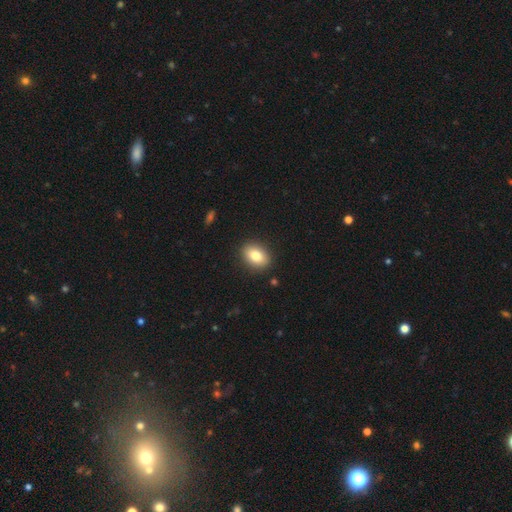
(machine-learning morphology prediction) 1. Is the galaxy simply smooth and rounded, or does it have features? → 83% smooth, 9% featured or disk, 8% star or artifact.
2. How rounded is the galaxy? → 77% in between, 21% round, 1% cigar-shaped.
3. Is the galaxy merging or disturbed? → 89% none, 8% minor disturbance, 2% major disturbance, 1% merger.